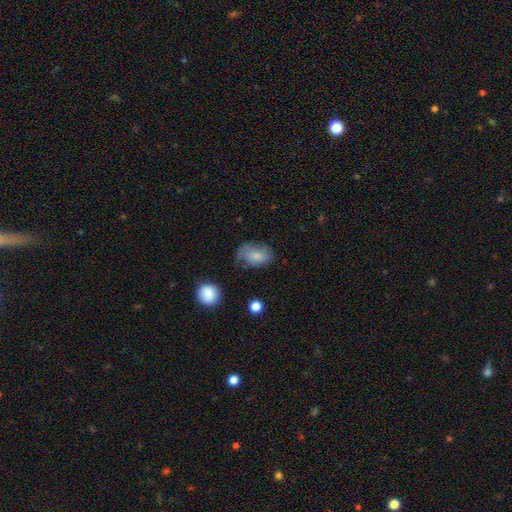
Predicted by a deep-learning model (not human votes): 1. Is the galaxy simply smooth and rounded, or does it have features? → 71% smooth, 20% featured or disk, 8% star or artifact.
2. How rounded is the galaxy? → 84% in between, 15% round, 1% cigar-shaped.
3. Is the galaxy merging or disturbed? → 47% none, 32% minor disturbance, 18% major disturbance, 3% merger.